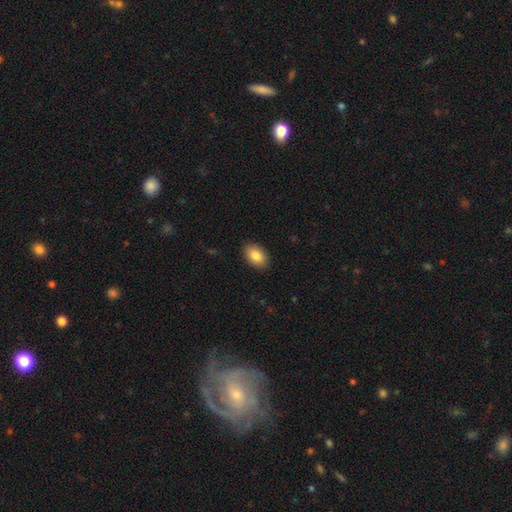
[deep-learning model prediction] Morphology: type=smooth (85%); roundness=in between (91%); merging=none (90%).